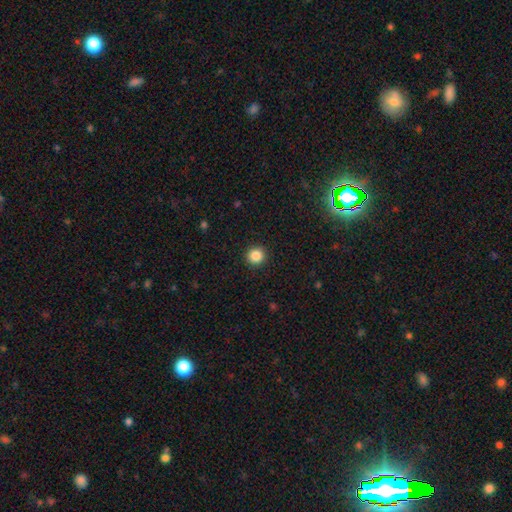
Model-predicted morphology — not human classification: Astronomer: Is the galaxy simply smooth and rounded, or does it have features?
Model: smooth — 86%.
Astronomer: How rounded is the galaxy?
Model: round — 94%.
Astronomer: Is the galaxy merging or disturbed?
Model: none — 93%.